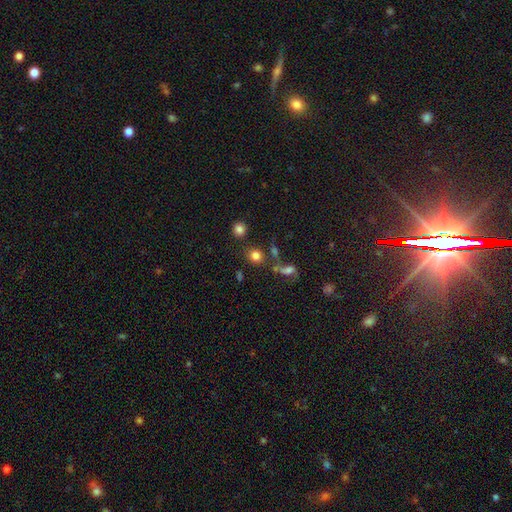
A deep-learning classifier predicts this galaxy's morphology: smooth_or_featured: smooth (p=0.81) [alt: star or artifact p=0.12]
how_rounded: round (p=0.77) [alt: in between p=0.21]
merging: none (p=0.72) [alt: merger p=0.14]